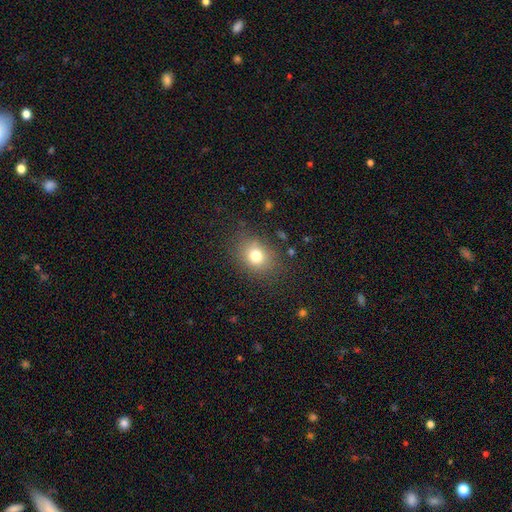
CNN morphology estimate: smooth 77%, star or artifact 13%, featured or disk 10%. Down the decision tree: how rounded — round (50%); merging — none (80%).